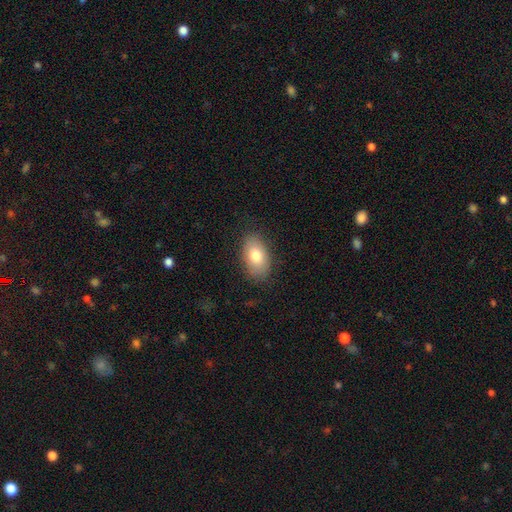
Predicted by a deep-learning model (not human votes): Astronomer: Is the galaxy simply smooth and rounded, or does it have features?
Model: smooth — 79%.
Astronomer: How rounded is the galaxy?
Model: in between — 92%.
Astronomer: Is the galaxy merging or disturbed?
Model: none — 83%.